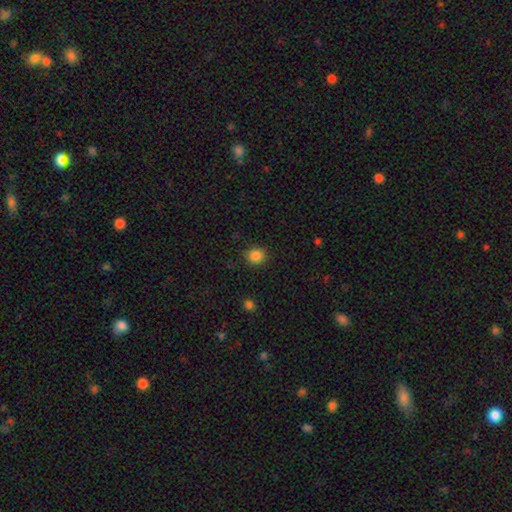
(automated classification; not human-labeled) Smooth or featured: smooth — 85% (star or artifact — 11%)
How rounded: round — 84% (in between — 15%)
Merging: none — 88% (minor disturbance — 8%)